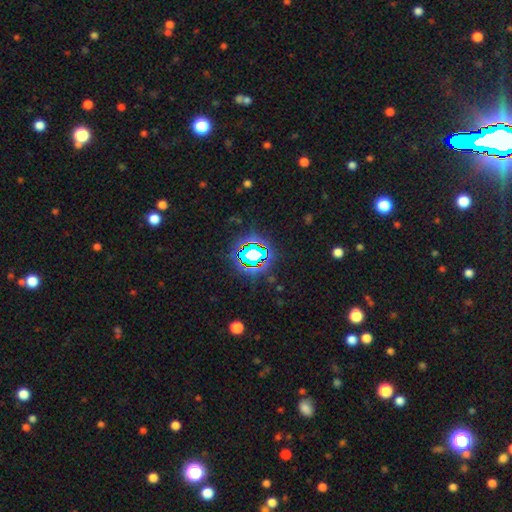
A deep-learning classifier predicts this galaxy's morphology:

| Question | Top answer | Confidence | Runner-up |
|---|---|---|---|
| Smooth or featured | star or artifact | 74% | smooth (16%) |